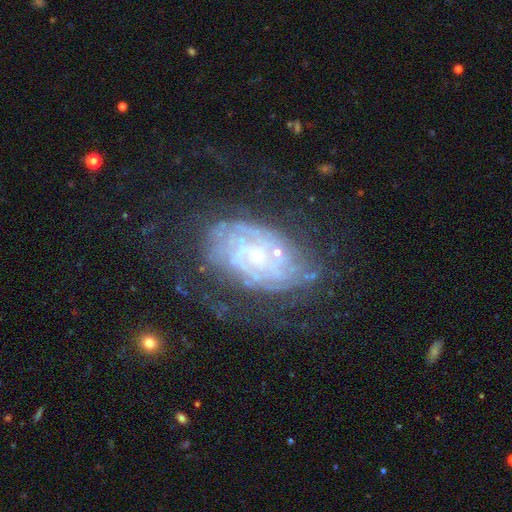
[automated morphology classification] This appears to be a featured or disk galaxy (79%) with no bar (65%), tight (69%) spiral arms (88%) and a small central bulge (63%). Merging: none (62%).